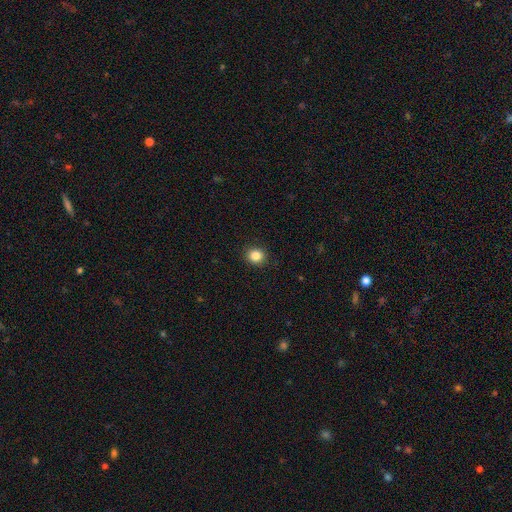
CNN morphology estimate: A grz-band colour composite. It shows a smooth galaxy with no disk features (85%) that is round (86%). Merging: none (92%).